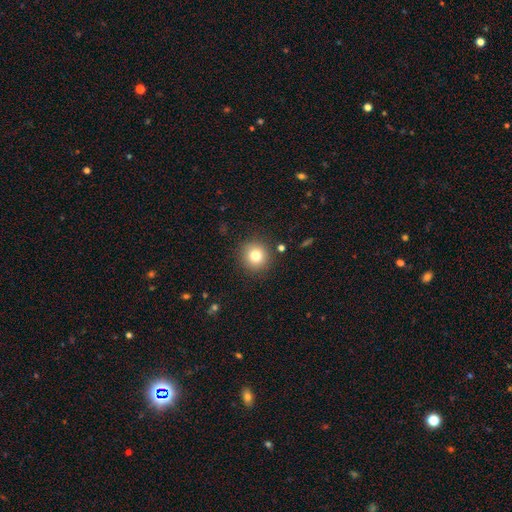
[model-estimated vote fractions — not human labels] Smooth or featured?
  - smooth: 80% *
  - star or artifact: 11%
  - featured or disk: 9%
How rounded?
  - round: 93% *
  - in between: 6%
  - cigar-shaped: 1%
Merging?
  - none: 89% *
  - minor disturbance: 7%
  - major disturbance: 2%
  - merger: 2%